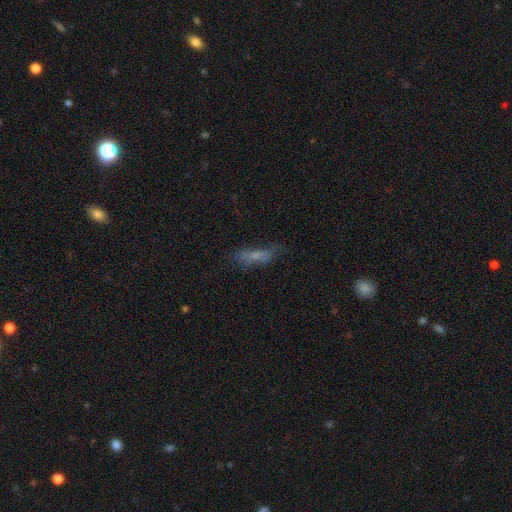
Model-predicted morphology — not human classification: smooth_or_featured: smooth (p=0.59) [alt: featured or disk p=0.27]
how_rounded: cigar-shaped (p=0.59) [alt: in between p=0.38]
merging: none (p=0.51) [alt: minor disturbance p=0.26]